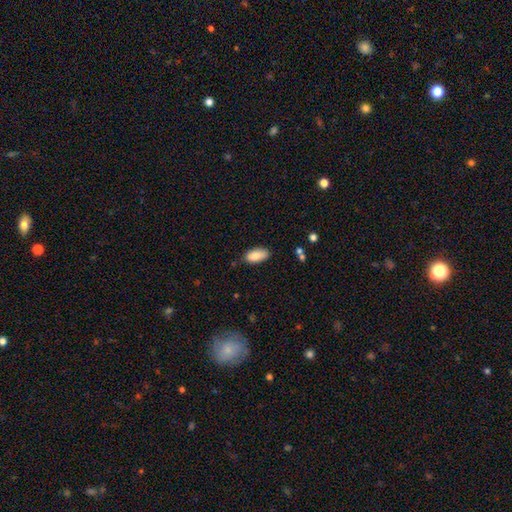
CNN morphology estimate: type=smooth (87%); roundness=in between (92%); merging=none (80%).